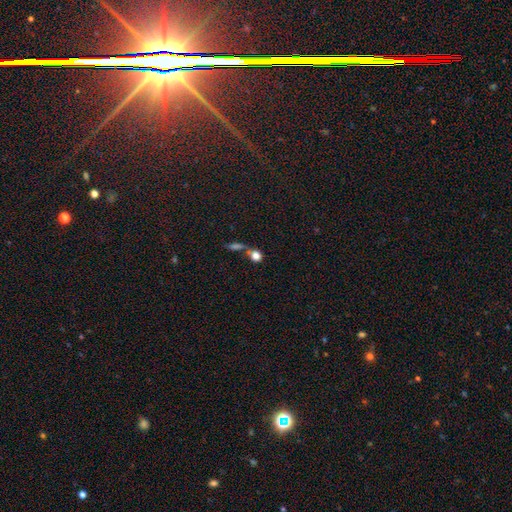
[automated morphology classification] This is likely a smooth galaxy (75%). How rounded: likely round (74%). Merging: possibly none (47%).